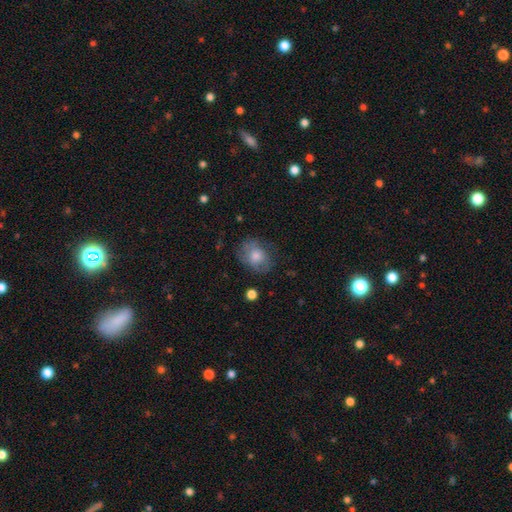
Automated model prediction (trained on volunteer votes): A smooth galaxy with no disk features (65%) that is in between round and cigar-shaped (56%). Merging: none (68%).